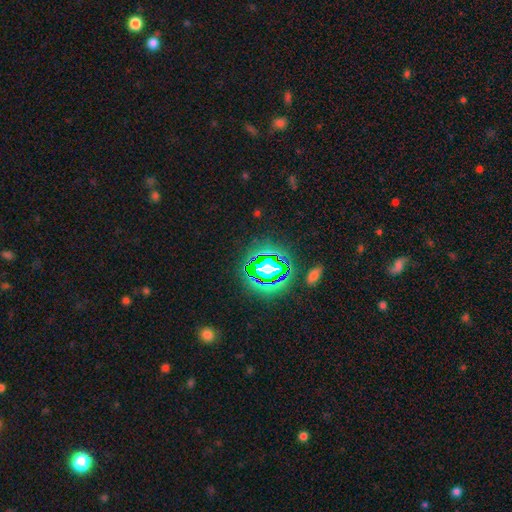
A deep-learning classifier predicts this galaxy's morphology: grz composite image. It shows a star or artifact, not a galaxy (81%).